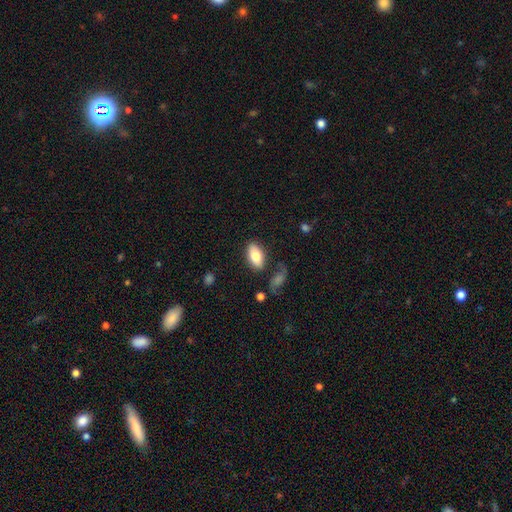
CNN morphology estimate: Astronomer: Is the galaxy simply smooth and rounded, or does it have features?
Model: smooth — 77%.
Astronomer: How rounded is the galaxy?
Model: in between — 92%.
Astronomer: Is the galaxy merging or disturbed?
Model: none — 78%.